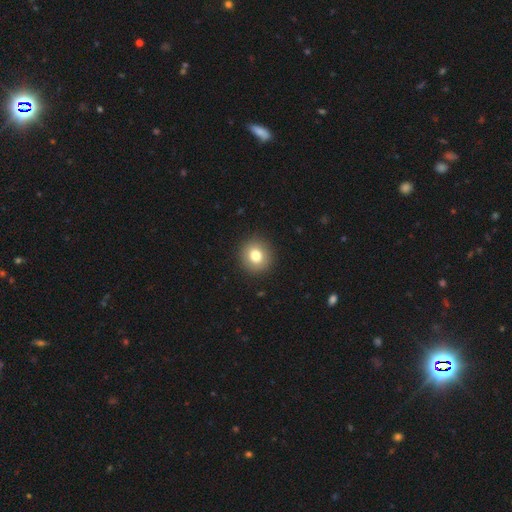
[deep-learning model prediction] Q: Smooth or featured?
A: smooth (79%); runner-up: featured or disk (11%)
Q: How rounded?
A: round (90%); runner-up: in between (9%)
Q: Merging?
A: none (92%); runner-up: minor disturbance (5%)